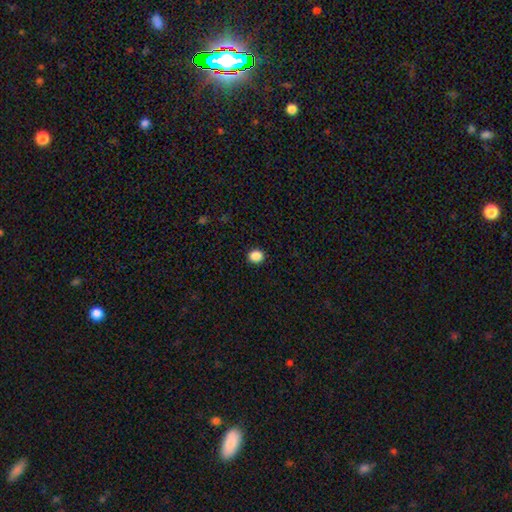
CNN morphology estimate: Smooth or featured? smooth (87%)
How rounded? round (75%)
Merging? none (92%)